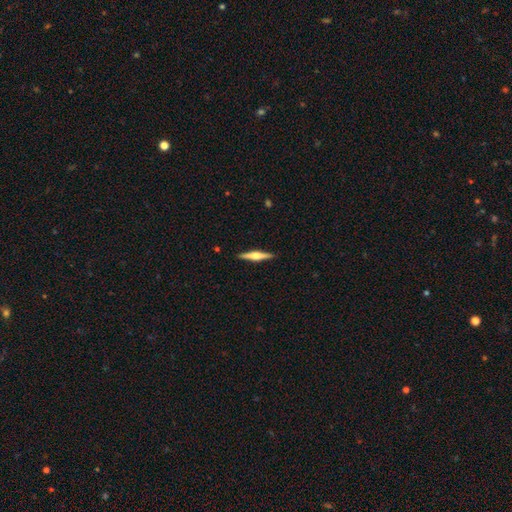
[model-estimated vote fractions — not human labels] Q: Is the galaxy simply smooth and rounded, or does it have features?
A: featured or disk — 70%.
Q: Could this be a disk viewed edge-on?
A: yes — 98%.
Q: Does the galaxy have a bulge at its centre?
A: rounded — 90%.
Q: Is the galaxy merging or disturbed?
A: none — 91%.